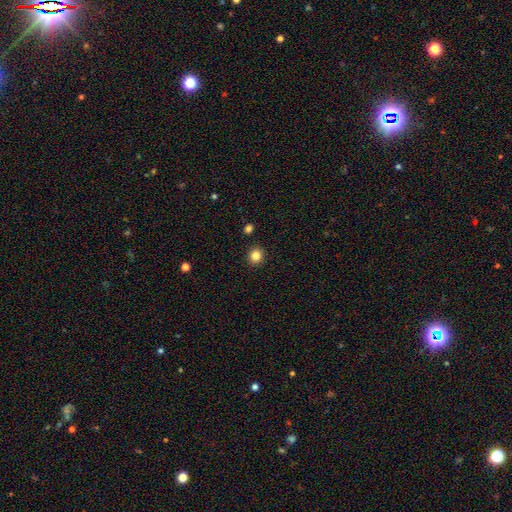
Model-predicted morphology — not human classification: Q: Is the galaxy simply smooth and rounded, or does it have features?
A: smooth — 84%.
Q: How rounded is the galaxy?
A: round — 86%.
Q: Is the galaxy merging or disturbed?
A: none — 91%.